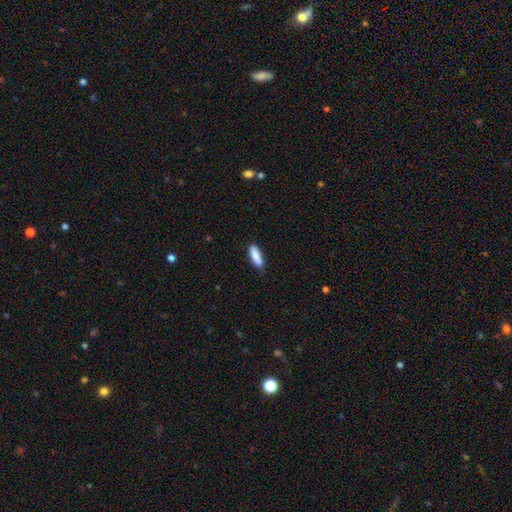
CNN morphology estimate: Smooth or featured? Predicted: smooth (p=0.86). How rounded? Predicted: cigar-shaped (p=0.49, tied with in between). Merging? Predicted: none (p=0.70).